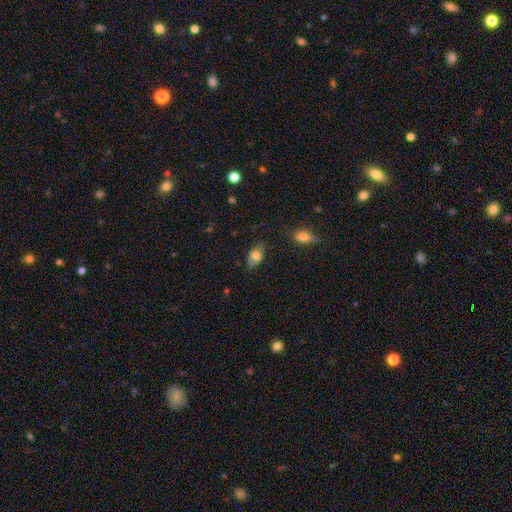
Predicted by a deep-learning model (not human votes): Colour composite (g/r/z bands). It shows a smooth galaxy with no disk features (69%) that is in between round and cigar-shaped (90%). Merging: none (71%).